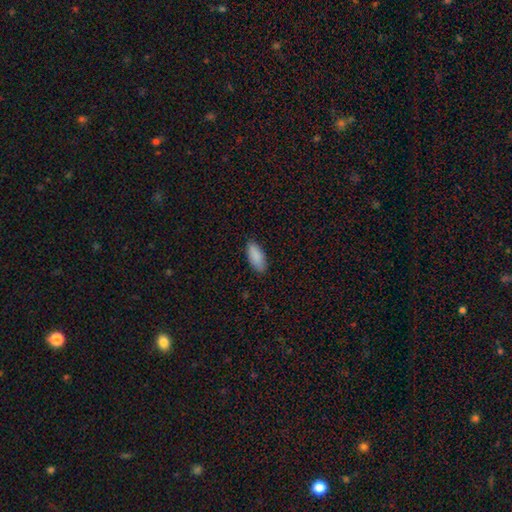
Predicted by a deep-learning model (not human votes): Q: Smooth or featured?
A: smooth (90%); runner-up: star or artifact (6%)
Q: How rounded?
A: in between (86%); runner-up: cigar-shaped (12%)
Q: Merging?
A: none (85%); runner-up: minor disturbance (12%)